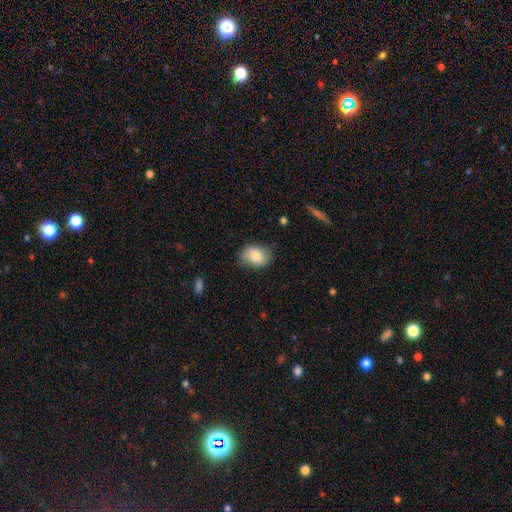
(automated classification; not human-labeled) Smooth or featured? smooth (78%)
How rounded? in between (76%)
Merging? none (74%)